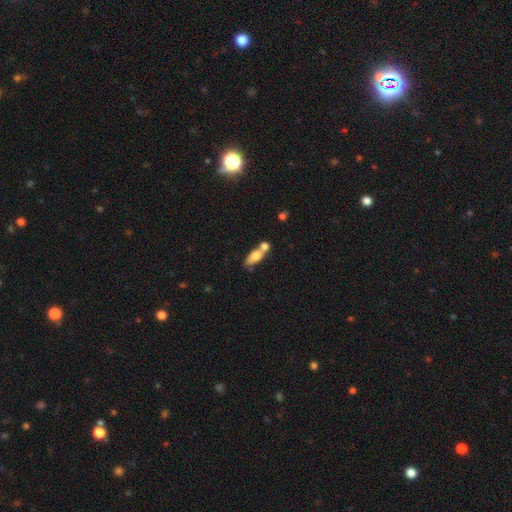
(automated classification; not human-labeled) Smooth or featured: smooth — 61% (featured or disk — 31%)
How rounded: in between — 61% (cigar-shaped — 33%)
Merging: merger — 44% (none — 40%)